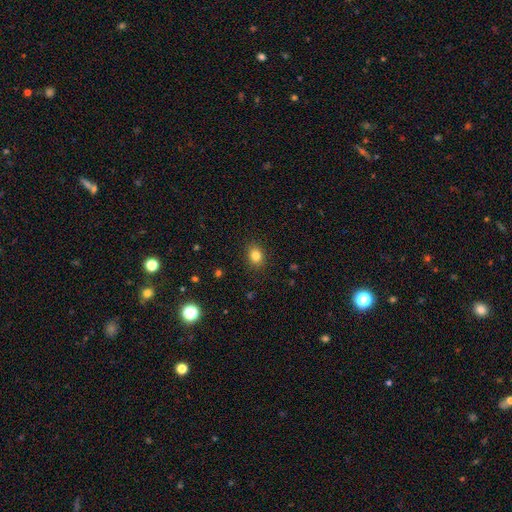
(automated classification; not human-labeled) Morphology: type=smooth (83%); roundness=round (53%); merging=none (89%).